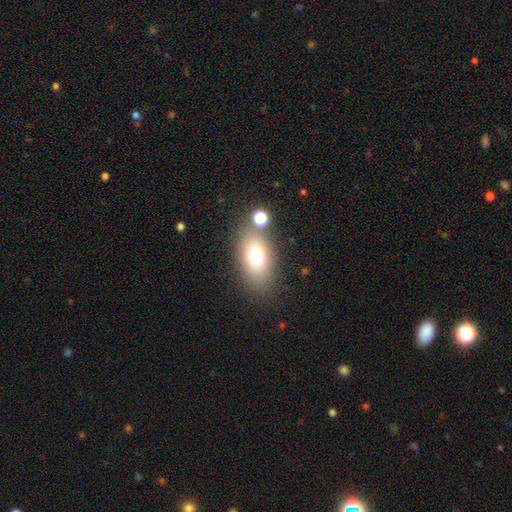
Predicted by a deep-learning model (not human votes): Smooth or featured? Predicted: smooth (p=0.73). How rounded? Predicted: in between (p=0.86). Merging? Predicted: none (p=0.74).